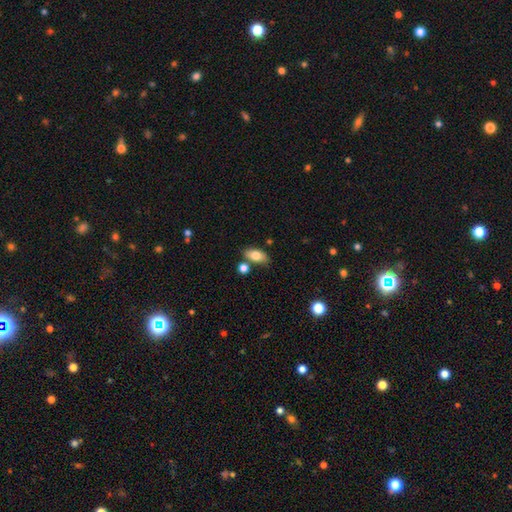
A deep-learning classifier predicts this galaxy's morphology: Q: Smooth or featured?
A: smooth (77%); runner-up: featured or disk (16%)
Q: How rounded?
A: in between (88%); runner-up: cigar-shaped (6%)
Q: Merging?
A: none (69%); runner-up: minor disturbance (15%)